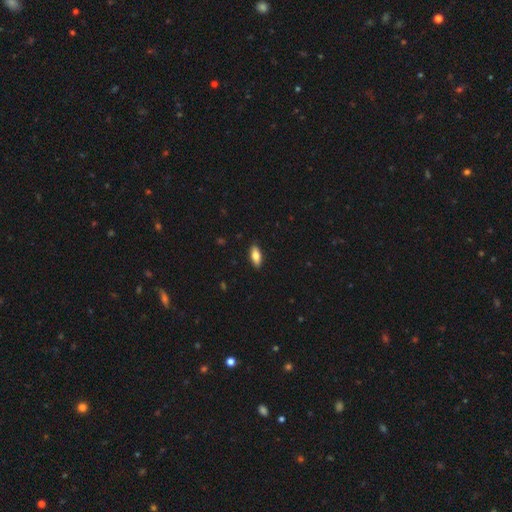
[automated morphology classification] type=smooth (77%); roundness=in between (80%); merging=none (90%).